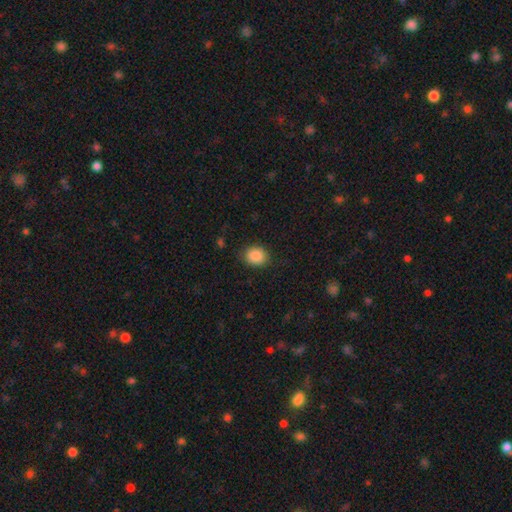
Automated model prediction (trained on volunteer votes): Q: Smooth or featured?
A: smooth (88%); runner-up: star or artifact (8%)
Q: How rounded?
A: round (58%); runner-up: in between (41%)
Q: Merging?
A: none (85%); runner-up: minor disturbance (11%)